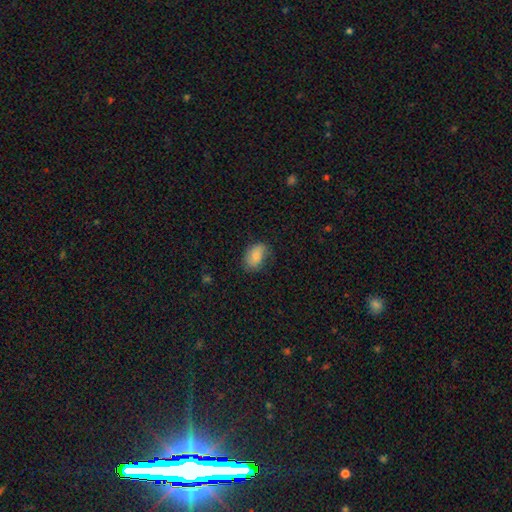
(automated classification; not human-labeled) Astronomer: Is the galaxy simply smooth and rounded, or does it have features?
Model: smooth — 85%.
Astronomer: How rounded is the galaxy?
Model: in between — 87%.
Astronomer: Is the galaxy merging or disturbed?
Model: none — 71%.